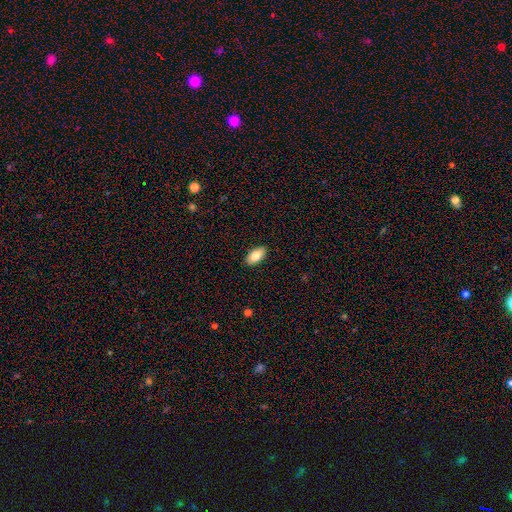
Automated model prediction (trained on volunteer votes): Smooth or featured? smooth (81%)
How rounded? in between (92%)
Merging? none (90%)